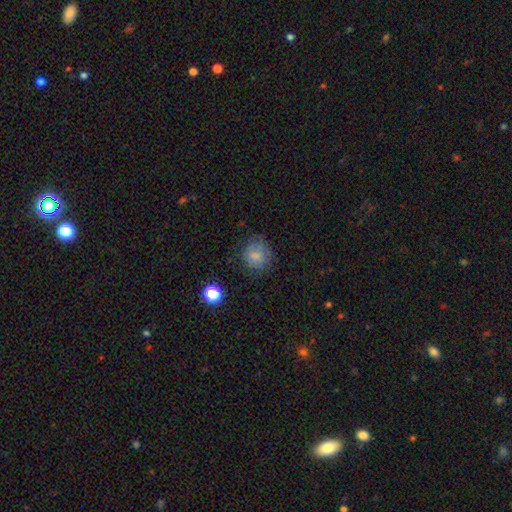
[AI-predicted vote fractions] A smooth galaxy with no disk features (73%) that is round (83%). Merging: none (68%).